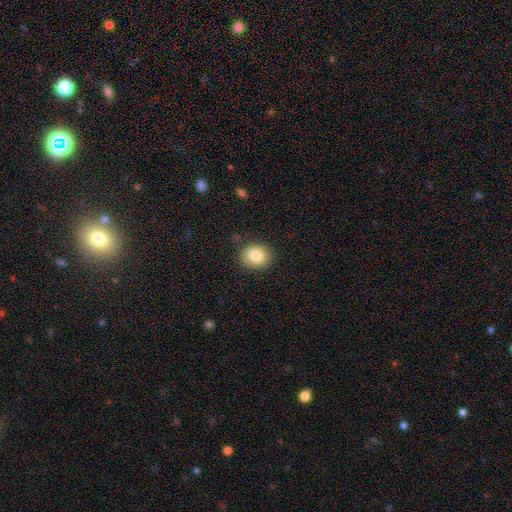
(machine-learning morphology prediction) smooth_or_featured: smooth (p=0.83) [alt: star or artifact p=0.09]
how_rounded: round (p=0.66) [alt: in between p=0.33]
merging: none (p=0.87) [alt: minor disturbance p=0.09]